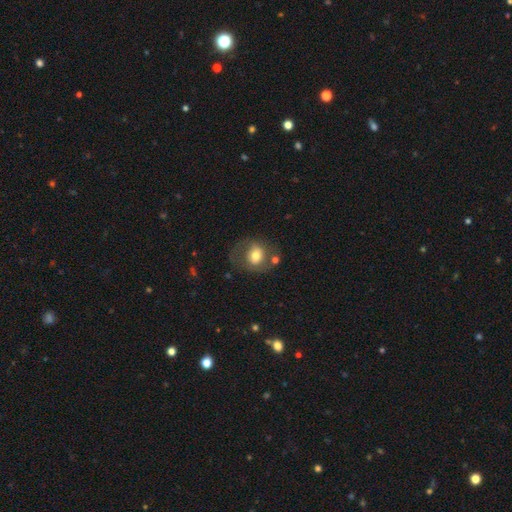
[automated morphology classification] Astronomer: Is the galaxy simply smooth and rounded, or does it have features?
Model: smooth — 65%.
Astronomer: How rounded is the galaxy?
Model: round — 61% (runner-up: in between, 38%).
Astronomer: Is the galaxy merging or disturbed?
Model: none — 58%.